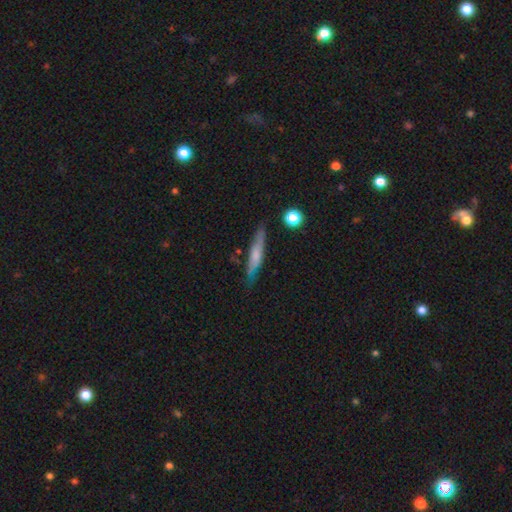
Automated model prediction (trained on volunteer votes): Smooth or featured? smooth (47%)
Merging? none (79%)